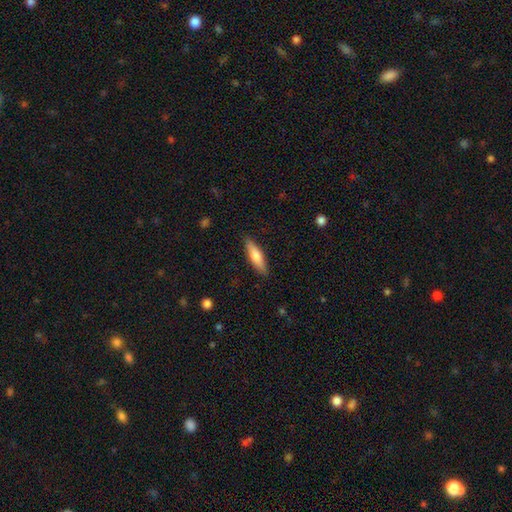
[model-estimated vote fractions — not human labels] Smooth or featured?
  - smooth: 72% *
  - featured or disk: 23%
  - star or artifact: 6%
How rounded?
  - cigar-shaped: 65% *
  - in between: 33%
  - round: 2%
Merging?
  - none: 87% *
  - minor disturbance: 10%
  - major disturbance: 2%
  - merger: 1%